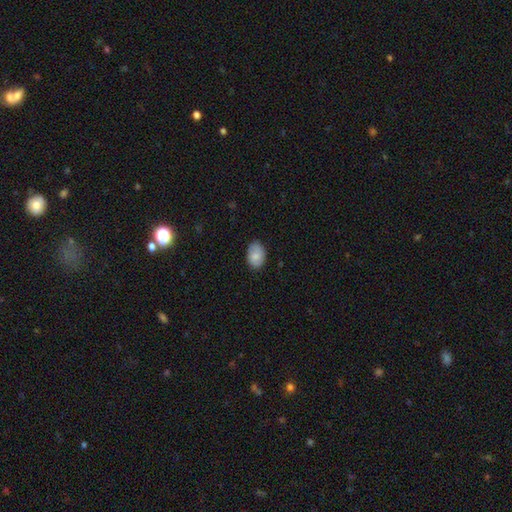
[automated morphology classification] smooth_or_featured: smooth (p=0.80) [alt: featured or disk p=0.13]
how_rounded: in between (p=0.83) [alt: round p=0.16]
merging: none (p=0.80) [alt: minor disturbance p=0.16]